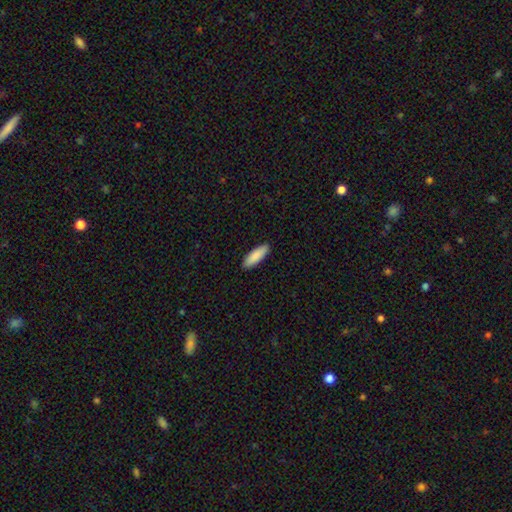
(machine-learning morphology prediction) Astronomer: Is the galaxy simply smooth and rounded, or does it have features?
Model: smooth — 89%.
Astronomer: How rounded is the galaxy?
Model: in between — 54% (runner-up: cigar-shaped, 45%).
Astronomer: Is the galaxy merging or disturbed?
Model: none — 90%.